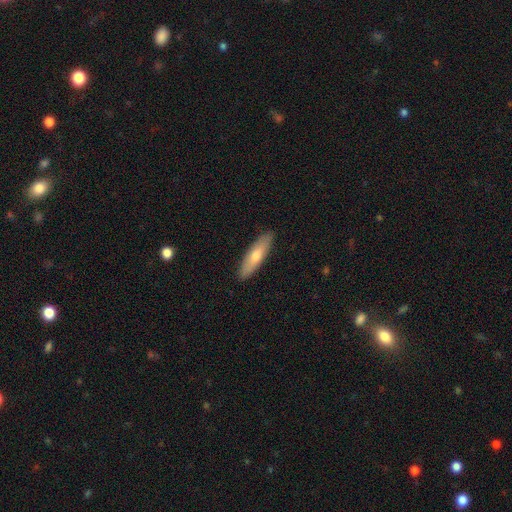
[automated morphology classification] Smooth or featured?
  - smooth: 63% *
  - featured or disk: 31%
  - star or artifact: 6%
How rounded?
  - cigar-shaped: 67% *
  - in between: 31%
  - round: 2%
Merging?
  - none: 90% *
  - minor disturbance: 8%
  - major disturbance: 2%
  - merger: 1%